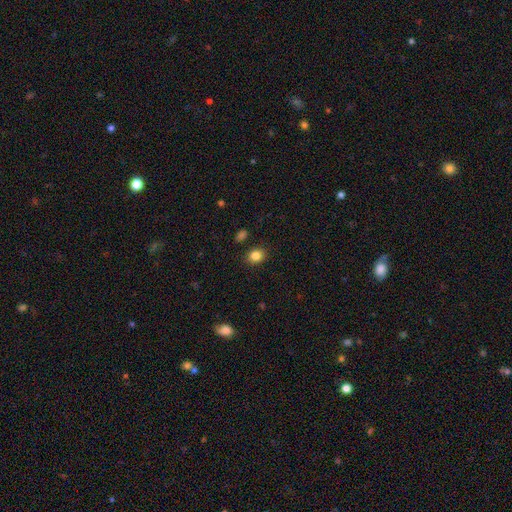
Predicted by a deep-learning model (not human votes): smooth-or-featured: smooth: 84% | star or artifact: 11% | featured or disk: 5%
  how-rounded: round: 61% | in between: 38% | cigar-shaped: 1%
  merging: none: 87% | minor disturbance: 9% | major disturbance: 2% | merger: 2%